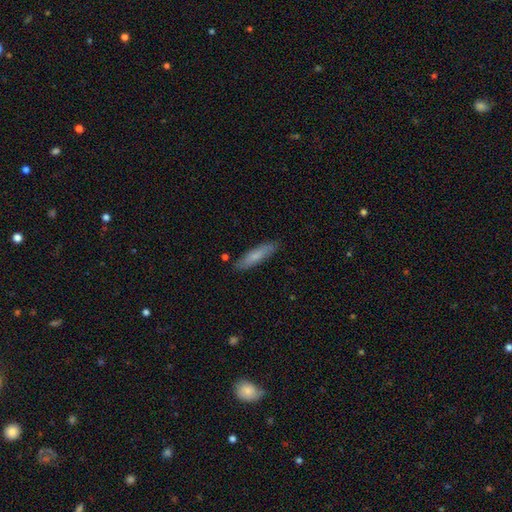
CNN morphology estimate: Smooth or featured: smooth — 74% (featured or disk — 20%)
How rounded: cigar-shaped — 81% (in between — 18%)
Merging: none — 86% (minor disturbance — 11%)